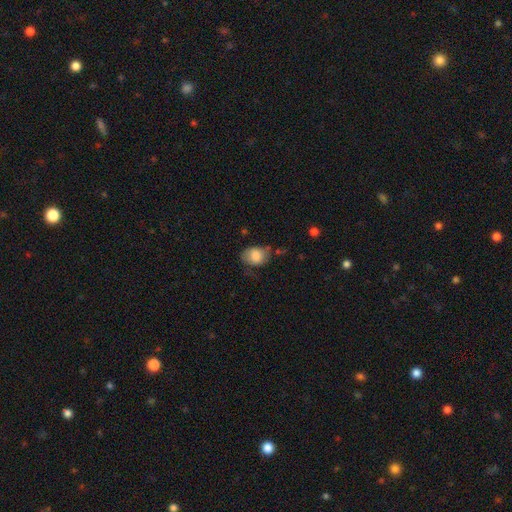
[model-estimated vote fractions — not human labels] This is likely a smooth galaxy (77%). How rounded: likely in between (60%). Merging: possibly none (50%).